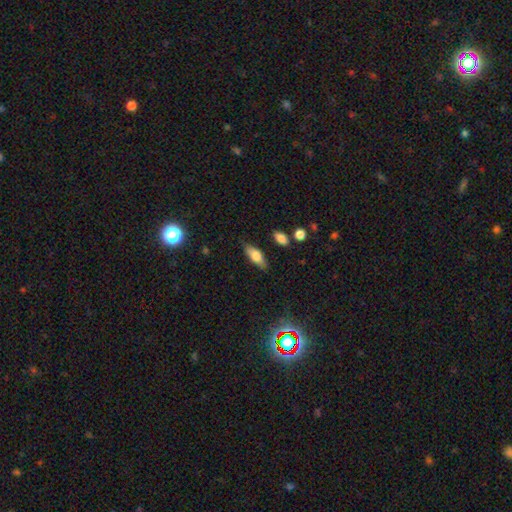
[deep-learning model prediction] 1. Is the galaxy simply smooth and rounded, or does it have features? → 69% smooth, 23% featured or disk, 8% star or artifact.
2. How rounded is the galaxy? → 74% in between, 23% cigar-shaped, 3% round.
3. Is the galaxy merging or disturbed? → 82% none, 12% minor disturbance, 3% major disturbance, 2% merger.